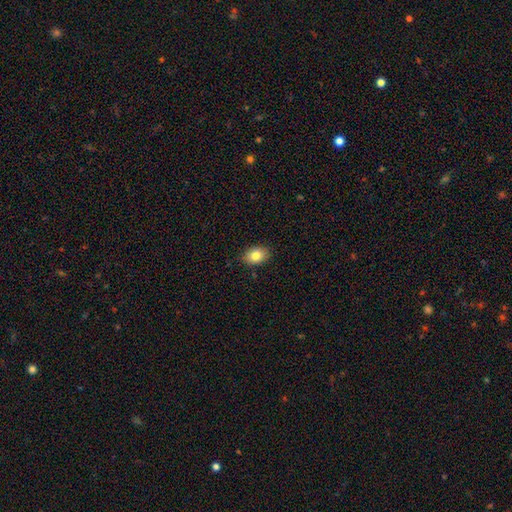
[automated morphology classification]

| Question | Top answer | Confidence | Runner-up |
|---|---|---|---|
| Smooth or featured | smooth | 83% | featured or disk (9%) |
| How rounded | in between | 82% | round (17%) |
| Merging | none | 88% | minor disturbance (9%) |